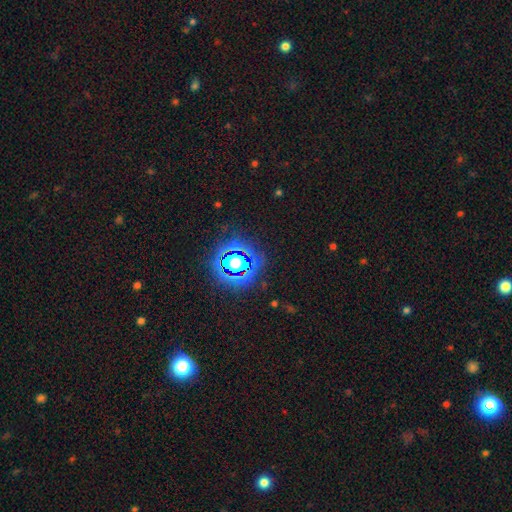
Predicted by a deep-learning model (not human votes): star or artifact 83%, smooth 10%, featured or disk 6%.